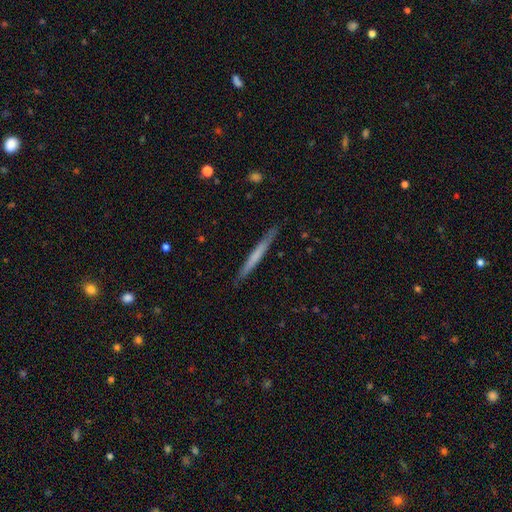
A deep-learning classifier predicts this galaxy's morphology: Smooth or featured? Predicted: smooth (p=0.57). How rounded? Predicted: cigar-shaped (p=0.97). Merging? Predicted: none (p=0.90).